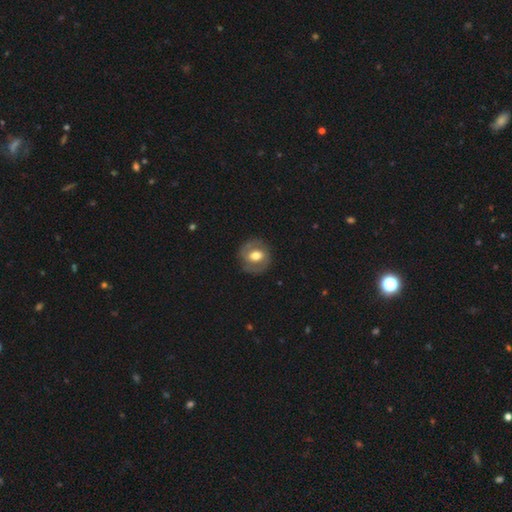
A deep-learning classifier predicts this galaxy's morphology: A featured or disk galaxy (51%). Merging: none (82%).